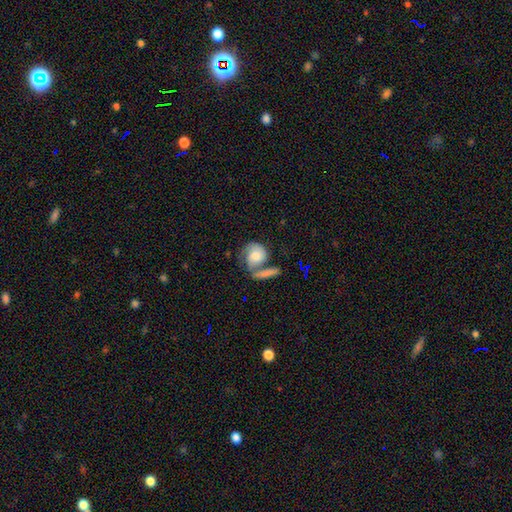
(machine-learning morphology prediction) The model was most divided on "merging": merger: 36%, none: 35%, major disturbance: 15%, minor disturbance: 14%. More confident: edge-on disk — no (95%); smooth or featured — featured or disk (52%).